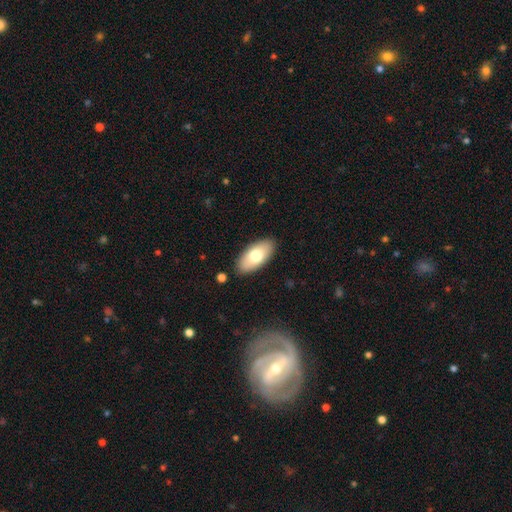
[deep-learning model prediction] smooth_or_featured: smooth (p=0.72) [alt: featured or disk p=0.22]
how_rounded: in between (p=0.92) [alt: cigar-shaped p=0.05]
merging: none (p=0.88) [alt: minor disturbance p=0.09]